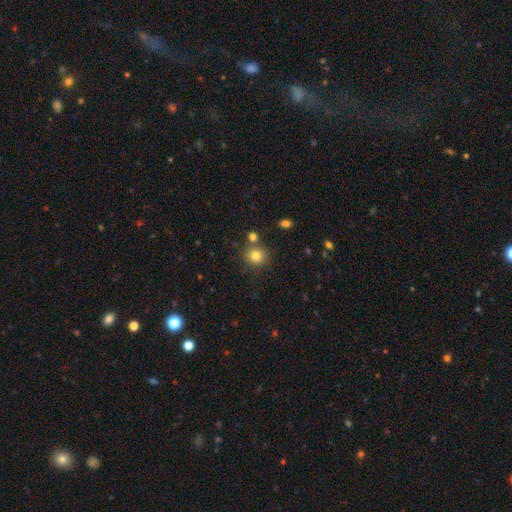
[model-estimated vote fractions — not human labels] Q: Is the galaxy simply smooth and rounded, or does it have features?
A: smooth — 80%.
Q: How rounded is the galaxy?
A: round — 87%.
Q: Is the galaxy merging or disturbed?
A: none — 76%.